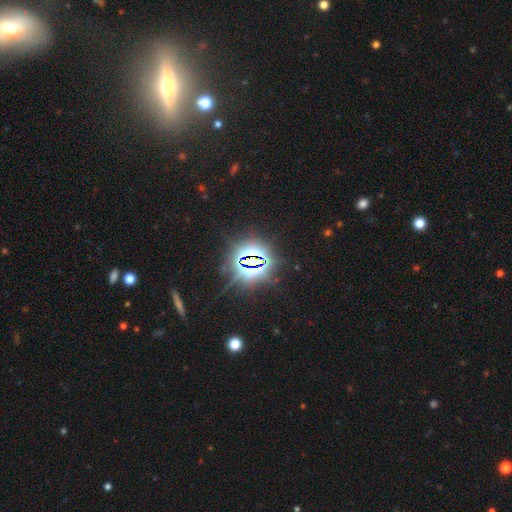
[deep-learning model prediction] This appears to be a star or artifact, not a galaxy (83%).